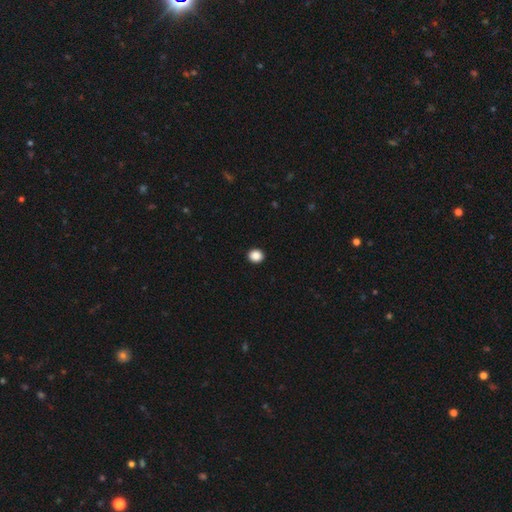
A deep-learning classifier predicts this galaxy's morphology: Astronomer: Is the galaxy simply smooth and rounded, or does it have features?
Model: smooth — 88%.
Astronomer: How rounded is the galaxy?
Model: round — 80%.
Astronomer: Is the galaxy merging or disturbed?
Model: none — 93%.